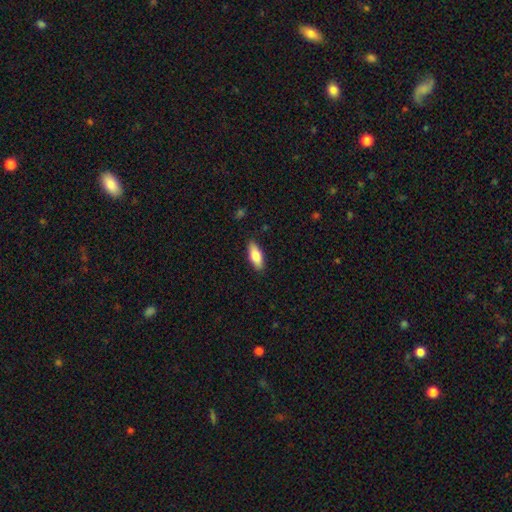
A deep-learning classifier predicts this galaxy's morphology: smooth_or_featured: smooth (p=0.77) [alt: featured or disk p=0.17]
how_rounded: in between (p=0.72) [alt: cigar-shaped p=0.25]
merging: none (p=0.87) [alt: minor disturbance p=0.10]